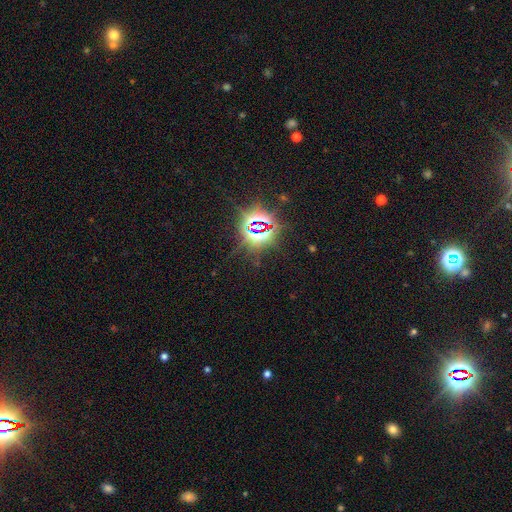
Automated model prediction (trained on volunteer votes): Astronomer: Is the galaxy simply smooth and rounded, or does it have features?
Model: star or artifact — 83%.